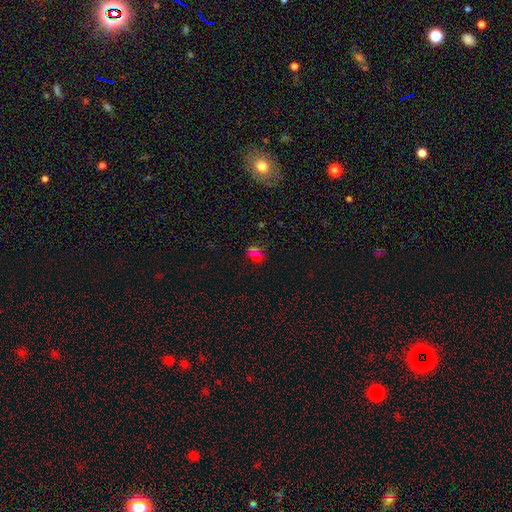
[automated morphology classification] Smooth or featured? smooth (50%)
Merging? none (79%)